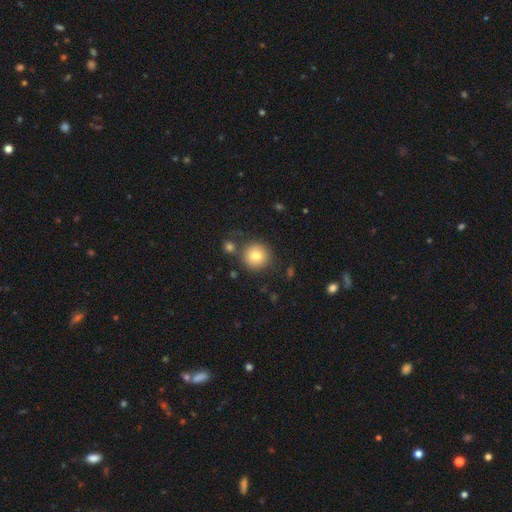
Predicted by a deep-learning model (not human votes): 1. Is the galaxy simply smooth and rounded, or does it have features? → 78% smooth, 12% featured or disk, 11% star or artifact.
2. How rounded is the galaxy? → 94% round, 5% in between, 1% cigar-shaped.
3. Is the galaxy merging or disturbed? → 79% none, 9% minor disturbance, 8% merger, 4% major disturbance.